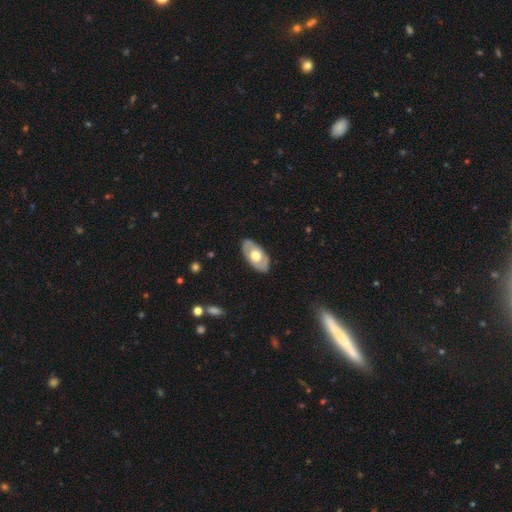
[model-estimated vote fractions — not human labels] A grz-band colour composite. It shows a featured or disk galaxy (48%, tied with smooth). Merging: none (83%).